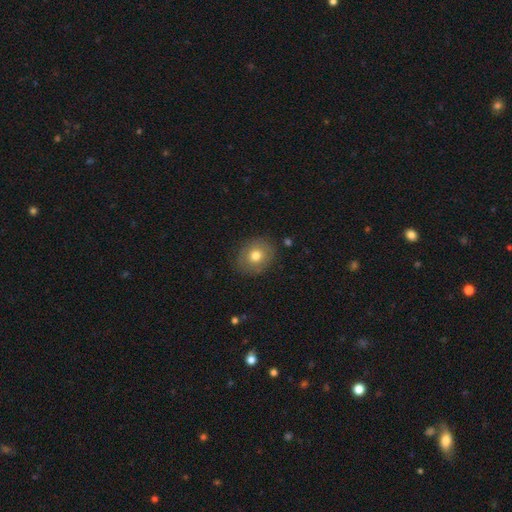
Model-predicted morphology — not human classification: type=smooth (71%); roundness=round (66%); merging=none (85%).